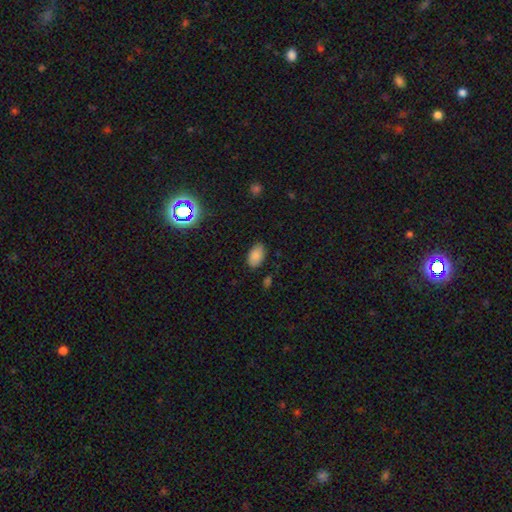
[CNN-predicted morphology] This is clearly a smooth galaxy (83%). How rounded: clearly in between (92%). Merging: clearly none (83%).